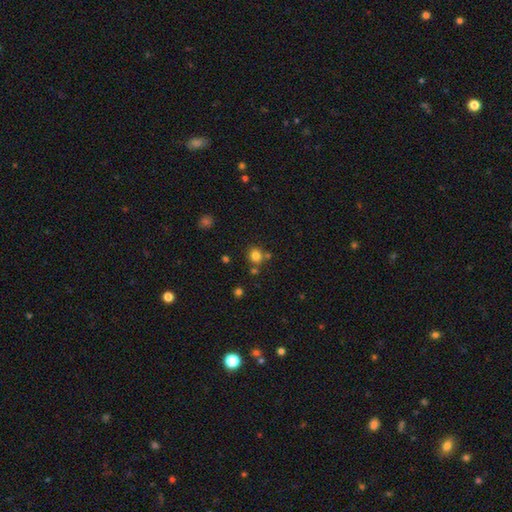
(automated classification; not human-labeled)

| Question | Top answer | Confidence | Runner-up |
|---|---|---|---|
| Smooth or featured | smooth | 79% | star or artifact (14%) |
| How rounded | round | 88% | in between (12%) |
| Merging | none | 71% | merger (16%) |